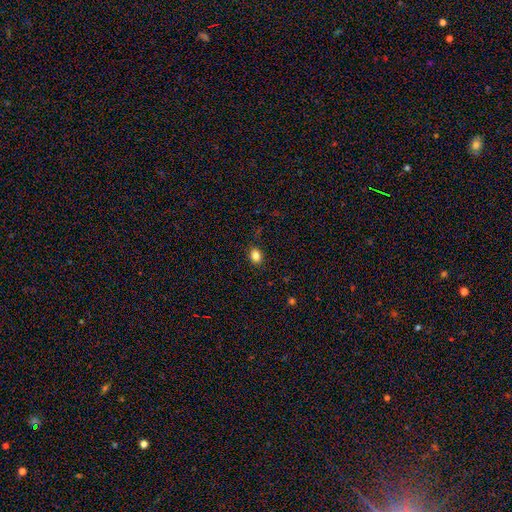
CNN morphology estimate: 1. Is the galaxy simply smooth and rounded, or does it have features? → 84% smooth, 11% star or artifact, 5% featured or disk.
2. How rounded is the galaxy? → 61% in between, 37% round, 1% cigar-shaped.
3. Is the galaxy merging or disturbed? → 86% none, 11% minor disturbance, 3% major disturbance, 1% merger.